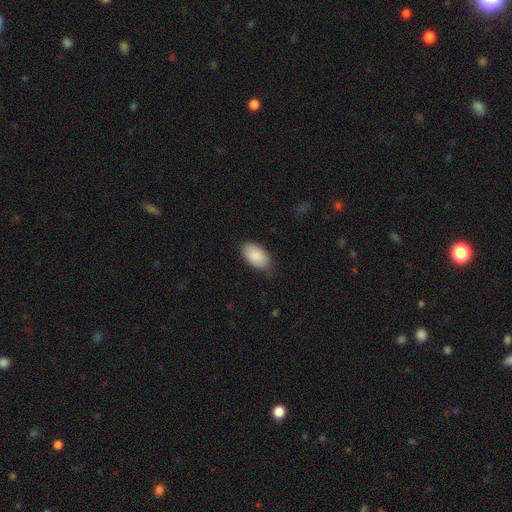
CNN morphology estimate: Smooth or featured: smooth — 89% (star or artifact — 6%)
How rounded: in between — 95% (round — 4%)
Merging: none — 76% (minor disturbance — 20%)